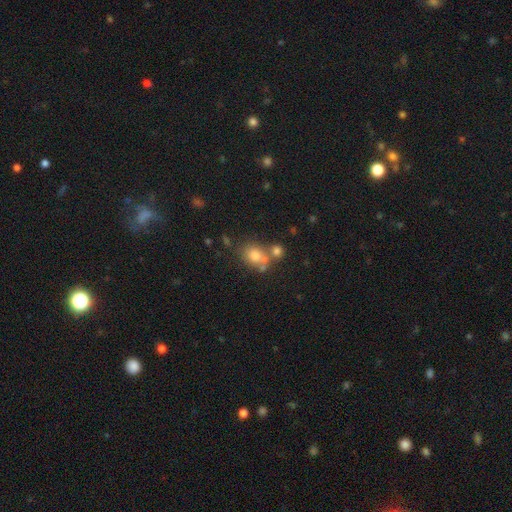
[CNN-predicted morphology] A smooth galaxy with no disk features (72%) that is round (56%).

Vote fractions:
- Smooth or featured? smooth: 72% / star or artifact: 14% / featured or disk: 14%
- How rounded? round: 56% / in between: 42% / cigar-shaped: 1%
- Merging? none: 48% / merger: 32% / minor disturbance: 14% / major disturbance: 6%